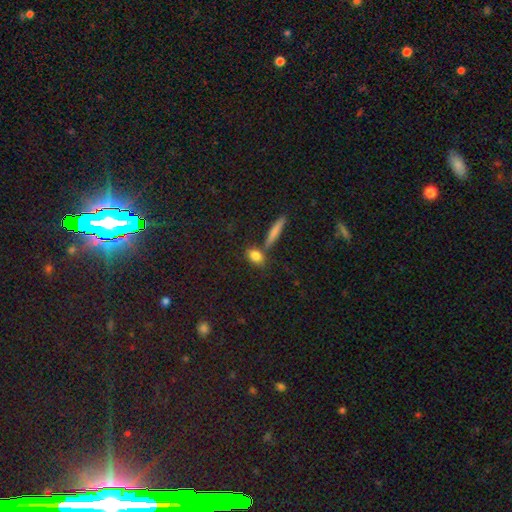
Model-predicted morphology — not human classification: smooth-or-featured: smooth: 80% | star or artifact: 10% | featured or disk: 10%
  how-rounded: in between: 58% | round: 27% | cigar-shaped: 14%
  merging: none: 65% | merger: 18% | minor disturbance: 12% | major disturbance: 4%